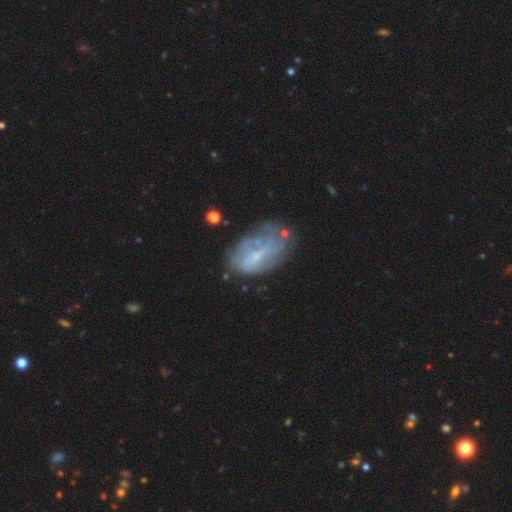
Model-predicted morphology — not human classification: Overall: featured or disk (56%; smooth 35%). Edge-on disk: no (95%). Bar: no (55%; weak 36%). Spiral arms: no (58%; yes 42%). Bulge size: small (54%; none 24%). Merging: none (49%; minor disturbance 27%).